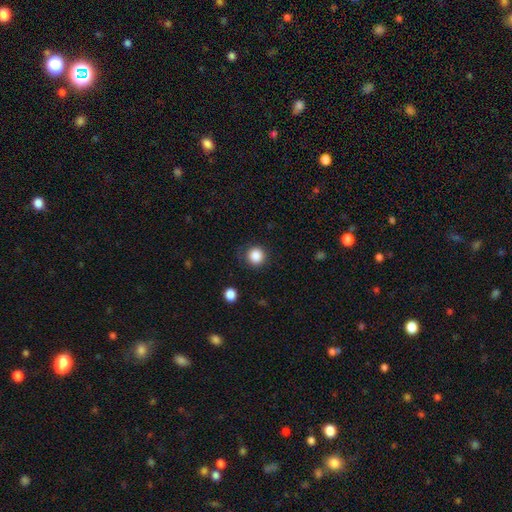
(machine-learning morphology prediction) Smooth or featured?
  - smooth: 86% *
  - star or artifact: 10%
  - featured or disk: 4%
How rounded?
  - round: 92% *
  - in between: 7%
  - cigar-shaped: 1%
Merging?
  - none: 83% *
  - minor disturbance: 11%
  - major disturbance: 4%
  - merger: 2%